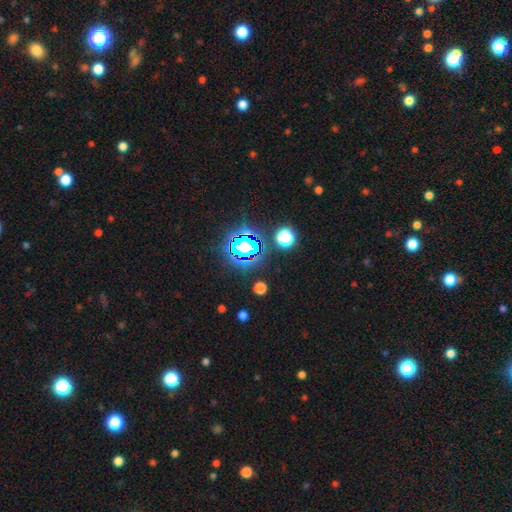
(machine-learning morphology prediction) This appears to be a star or artifact, not a galaxy (74%).